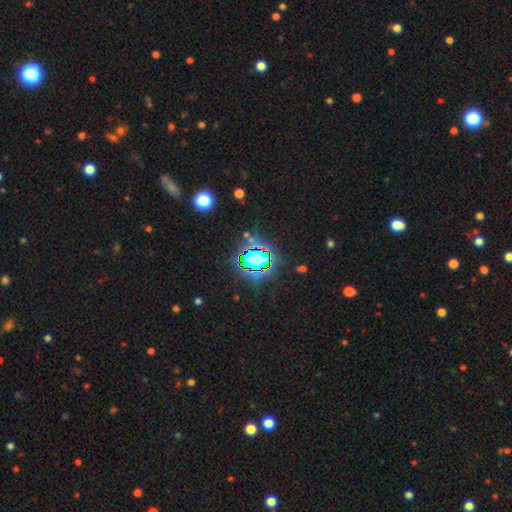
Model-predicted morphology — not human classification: Q: Smooth or featured?
A: star or artifact (77%); runner-up: smooth (15%)